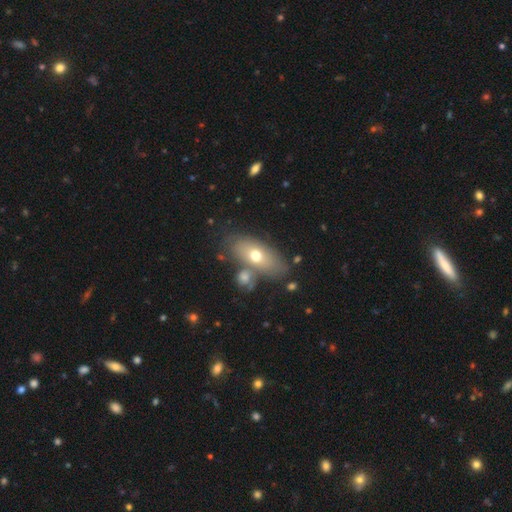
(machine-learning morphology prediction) smooth 62%, featured or disk 30%, star or artifact 8%. Down the decision tree: how rounded — in between (82%); merging — none (62%).